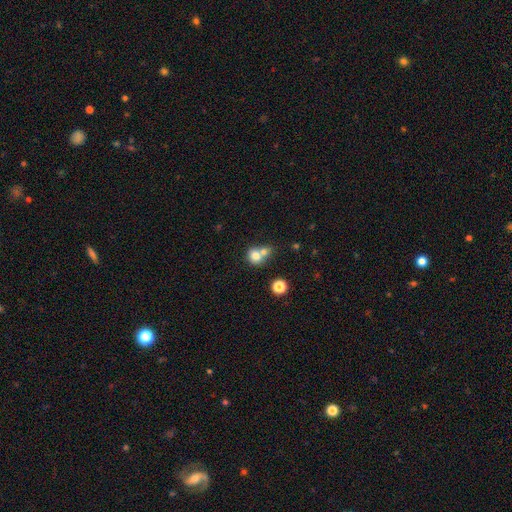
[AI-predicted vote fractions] The model was most divided on "merging": merger: 57%, none: 33%, minor disturbance: 7%, major disturbance: 4%. More confident: smooth or featured — smooth (75%); how rounded — round (72%).